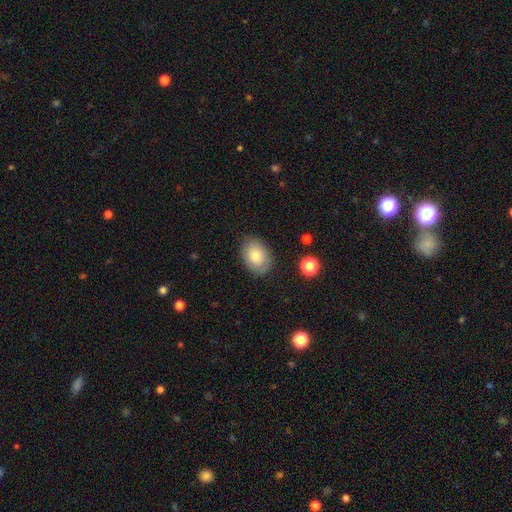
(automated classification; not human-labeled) This is likely a smooth galaxy (74%). How rounded: likely in between (73%). Merging: clearly none (81%).